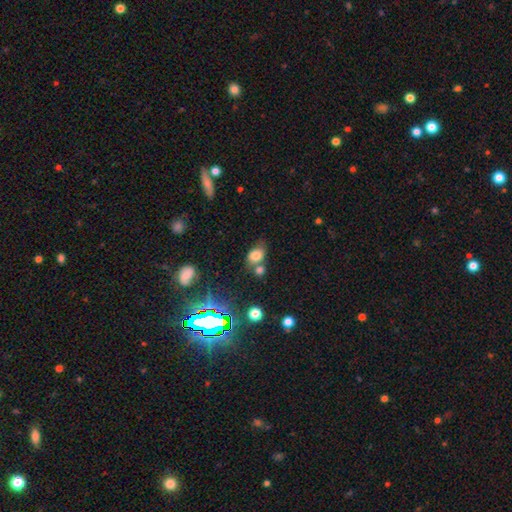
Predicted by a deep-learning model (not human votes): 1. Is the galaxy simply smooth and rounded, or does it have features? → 73% smooth, 16% star or artifact, 11% featured or disk.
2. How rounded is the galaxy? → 70% in between, 28% round, 2% cigar-shaped.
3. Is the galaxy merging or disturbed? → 44% none, 31% merger, 18% minor disturbance, 7% major disturbance.